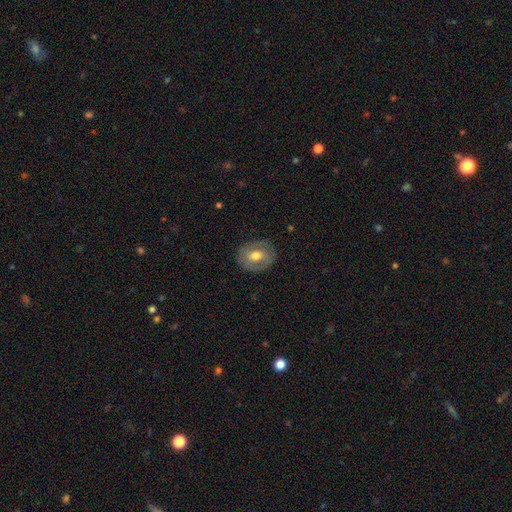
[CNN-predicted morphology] smooth 48%, featured or disk 46%, star or artifact 7%. Down the decision tree: merging — none (82%).